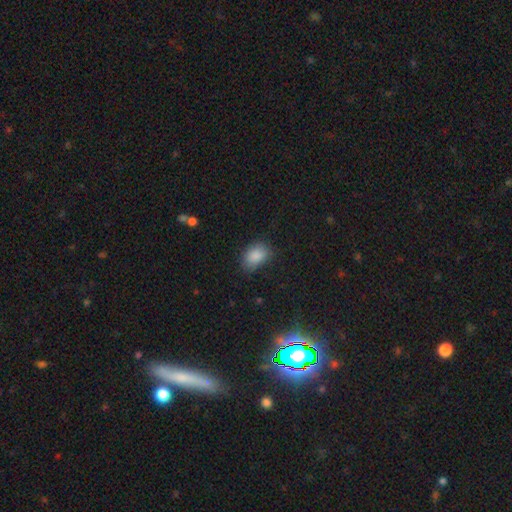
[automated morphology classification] A smooth galaxy with no disk features (87%) that is in between round and cigar-shaped (82%).

Vote fractions:
- Smooth or featured? smooth: 87% / star or artifact: 9% / featured or disk: 4%
- How rounded? in between: 82% / round: 17% / cigar-shaped: 1%
- Merging? none: 73% / minor disturbance: 21% / major disturbance: 5% / merger: 1%